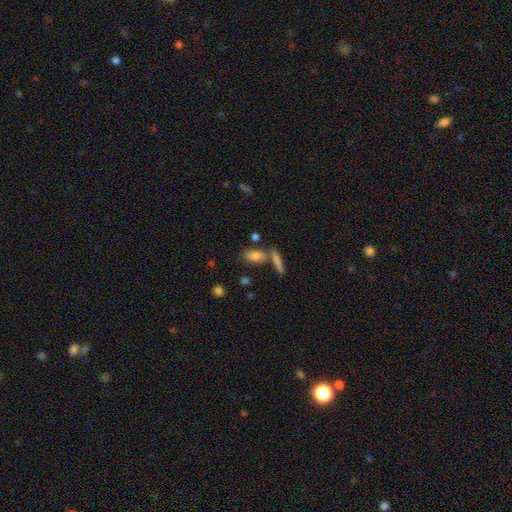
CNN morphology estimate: A smooth galaxy with no disk features (69%) that is in between round and cigar-shaped (70%). Merging: none (58%).